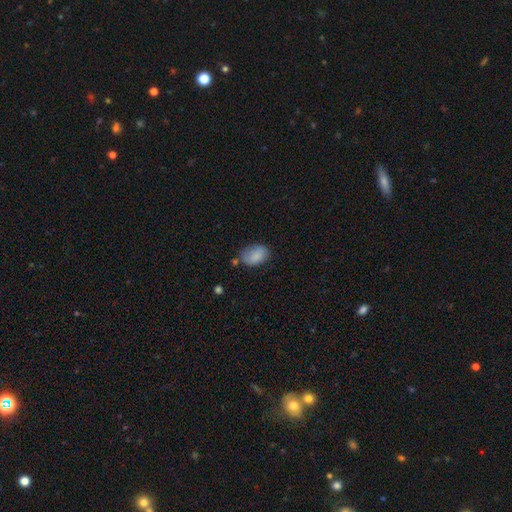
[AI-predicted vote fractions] smooth_or_featured: smooth (p=0.84) [alt: featured or disk p=0.08]
how_rounded: in between (p=0.84) [alt: round p=0.15]
merging: none (p=0.62) [alt: minor disturbance p=0.26]